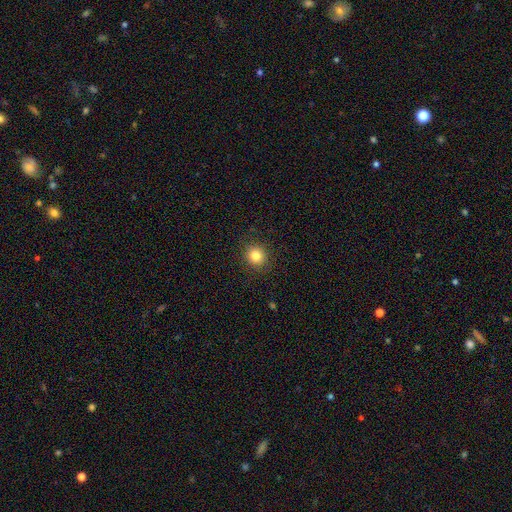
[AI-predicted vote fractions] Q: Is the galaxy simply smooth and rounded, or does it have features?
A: smooth — 82%.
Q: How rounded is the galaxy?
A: round — 88%.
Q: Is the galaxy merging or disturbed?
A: none — 90%.